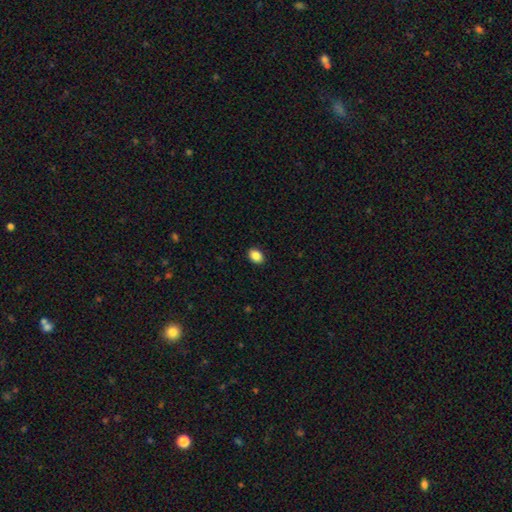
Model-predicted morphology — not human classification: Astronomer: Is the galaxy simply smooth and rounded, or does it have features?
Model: smooth — 87%.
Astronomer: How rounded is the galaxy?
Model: in between — 77%.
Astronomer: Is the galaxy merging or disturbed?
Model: none — 90%.